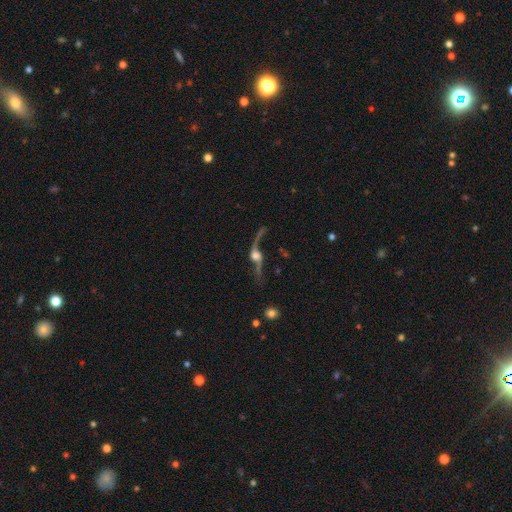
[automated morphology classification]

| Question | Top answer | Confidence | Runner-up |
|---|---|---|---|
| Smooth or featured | featured or disk | 85% | star or artifact (8%) |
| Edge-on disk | no | 67% | yes (33%) |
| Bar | no | 67% | weak (23%) |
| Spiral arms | yes | 91% | no (9%) |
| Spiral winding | loose | 94% | medium (5%) |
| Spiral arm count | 2 | 91% | 1 (4%) |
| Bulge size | moderate | 39% | large (32%) |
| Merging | none | 59% | major disturbance (20%) |